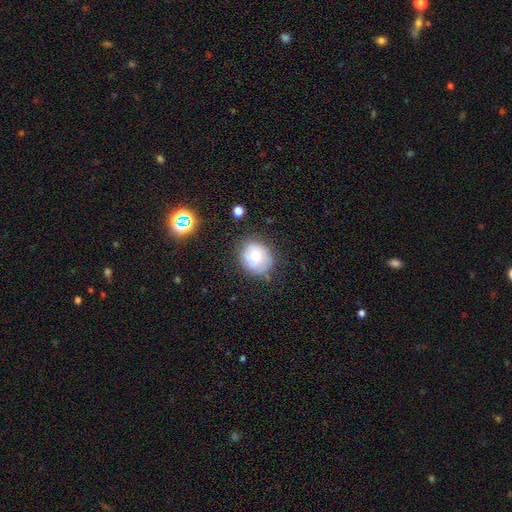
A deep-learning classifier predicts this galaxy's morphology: A smooth galaxy with no disk features (53%) that is round (71%). Merging: none (67%).